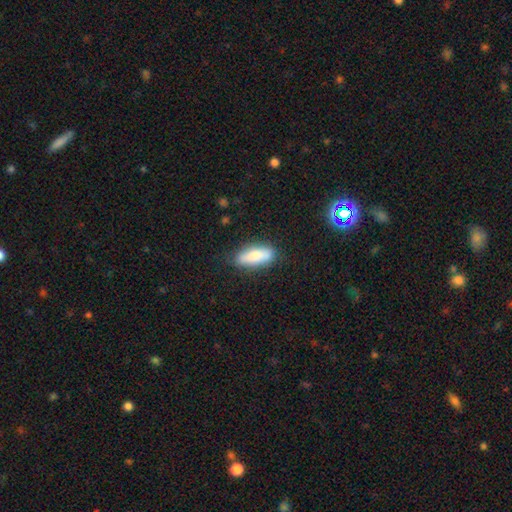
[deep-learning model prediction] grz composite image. It shows a smooth galaxy with no disk features (75%) that is in between round and cigar-shaped (63%). Merging: none (81%).